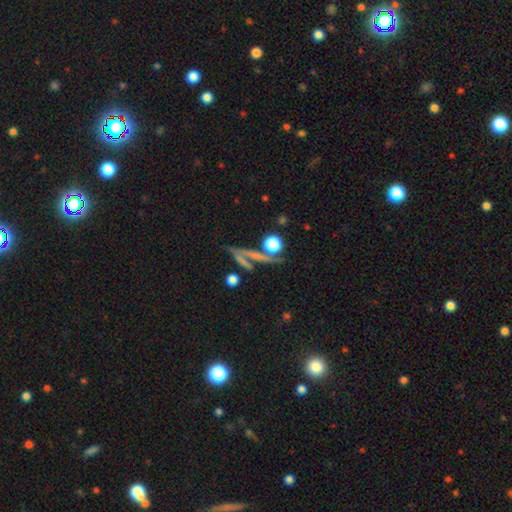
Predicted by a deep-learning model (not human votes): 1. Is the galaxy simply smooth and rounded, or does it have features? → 39% smooth, 31% featured or disk, 30% star or artifact.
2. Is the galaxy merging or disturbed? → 61% none, 18% merger, 12% minor disturbance, 9% major disturbance.